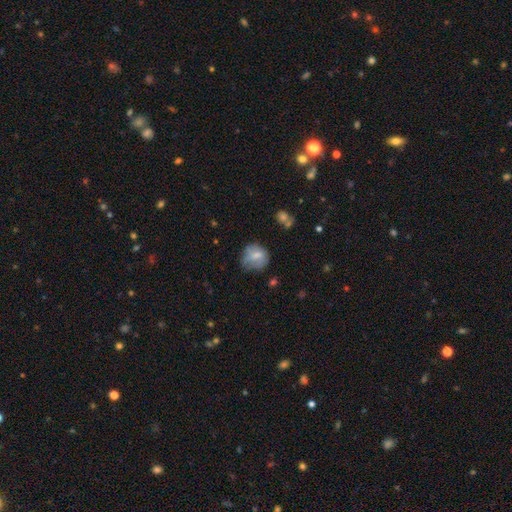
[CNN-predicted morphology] smooth-or-featured: smooth: 65% | featured or disk: 25% | star or artifact: 9%
  how-rounded: round: 70% | in between: 29% | cigar-shaped: 1%
  merging: none: 55% | minor disturbance: 30% | major disturbance: 13% | merger: 3%